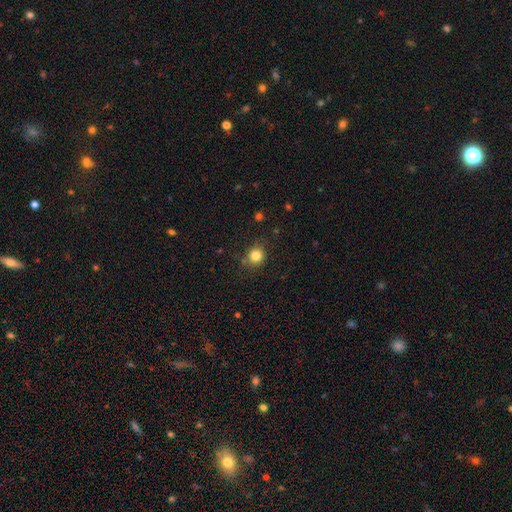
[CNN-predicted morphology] This appears to be a smooth galaxy with no disk features (82%) that is round (86%). Merging: none (82%).